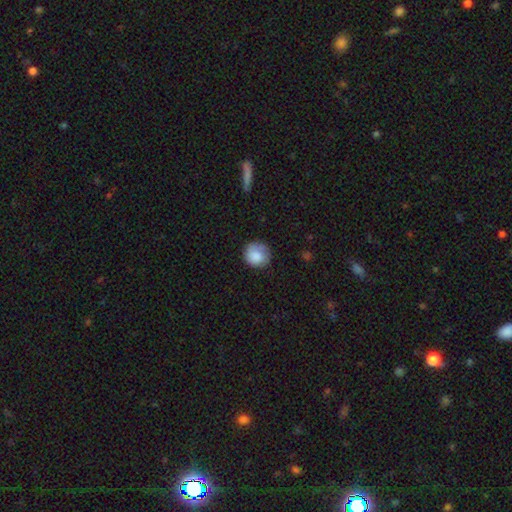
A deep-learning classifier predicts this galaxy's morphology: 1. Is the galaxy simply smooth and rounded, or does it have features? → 83% smooth, 9% featured or disk, 7% star or artifact.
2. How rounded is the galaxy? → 90% round, 9% in between, 1% cigar-shaped.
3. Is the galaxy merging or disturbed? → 74% none, 19% minor disturbance, 6% major disturbance, 1% merger.